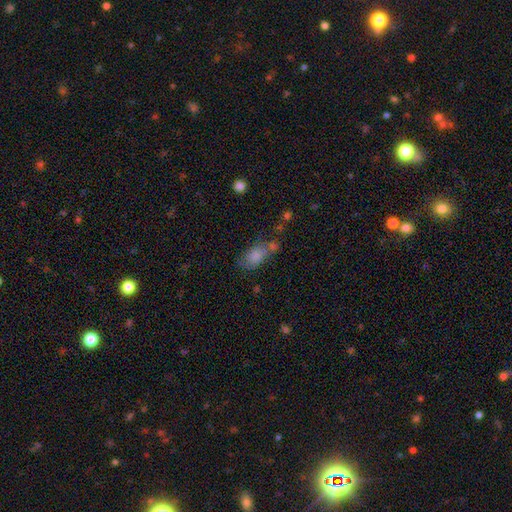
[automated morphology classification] Smooth or featured?
  - smooth: 73% *
  - featured or disk: 17%
  - star or artifact: 9%
How rounded?
  - in between: 87% *
  - round: 9%
  - cigar-shaped: 5%
Merging?
  - none: 42% *
  - minor disturbance: 24%
  - merger: 21%
  - major disturbance: 13%